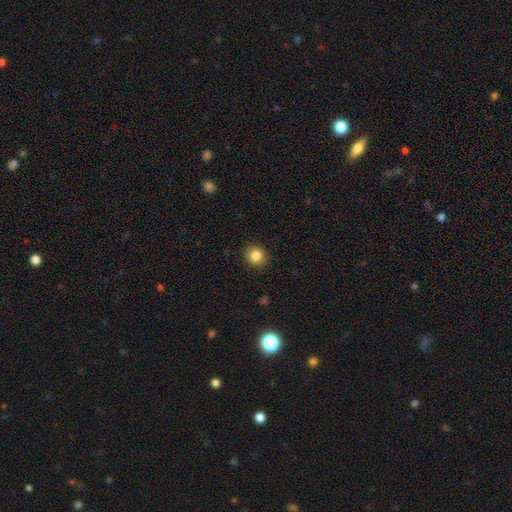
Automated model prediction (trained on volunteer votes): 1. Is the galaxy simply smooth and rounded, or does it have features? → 84% smooth, 10% star or artifact, 5% featured or disk.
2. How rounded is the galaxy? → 86% round, 13% in between, 1% cigar-shaped.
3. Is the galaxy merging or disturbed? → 89% none, 7% minor disturbance, 2% major disturbance, 1% merger.